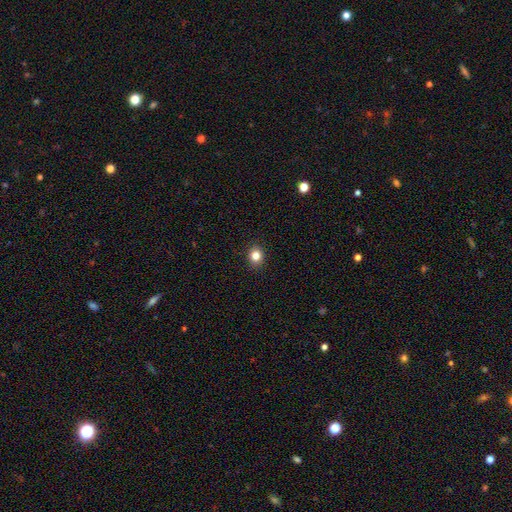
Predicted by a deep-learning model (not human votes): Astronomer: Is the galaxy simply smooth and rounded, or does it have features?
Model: smooth — 82%.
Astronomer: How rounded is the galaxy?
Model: round — 68%.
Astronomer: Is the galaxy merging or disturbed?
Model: none — 92%.